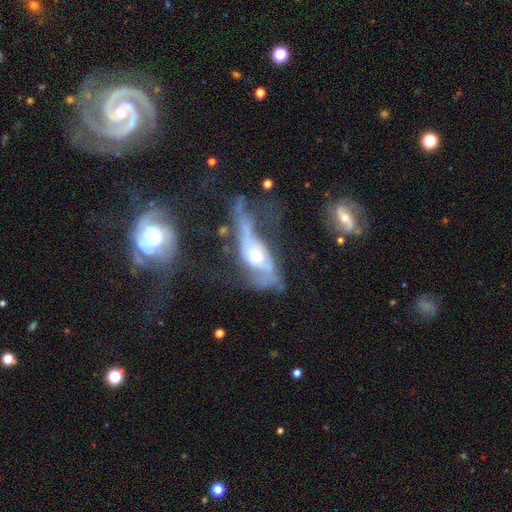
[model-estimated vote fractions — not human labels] Q: Smooth or featured?
A: featured or disk (67%); runner-up: smooth (25%)
Q: Edge-on disk?
A: no (84%); runner-up: yes (16%)
Q: Bar?
A: no (72%); runner-up: weak (20%)
Q: Spiral arms?
A: yes (53%); runner-up: no (47%)
Q: Bulge size?
A: moderate (62%); runner-up: small (28%)
Q: Merging?
A: major disturbance (54%); runner-up: none (17%)